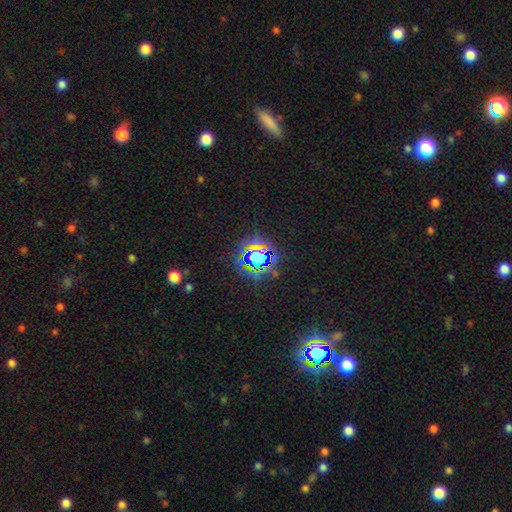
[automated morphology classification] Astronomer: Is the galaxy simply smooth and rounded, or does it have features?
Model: star or artifact — 70%.